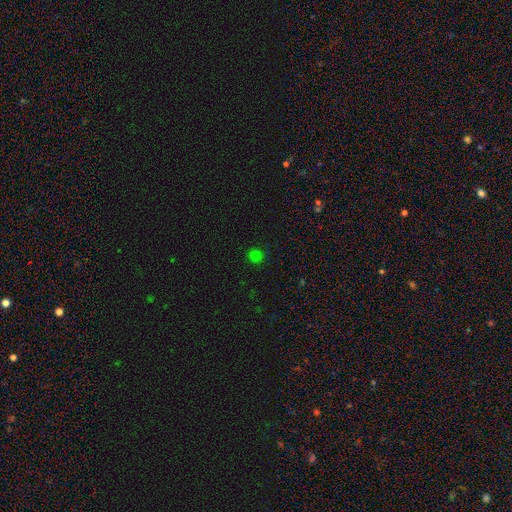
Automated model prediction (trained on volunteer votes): Smooth or featured? Predicted: smooth (p=0.74). How rounded? Predicted: round (p=0.90). Merging? Predicted: none (p=0.87).